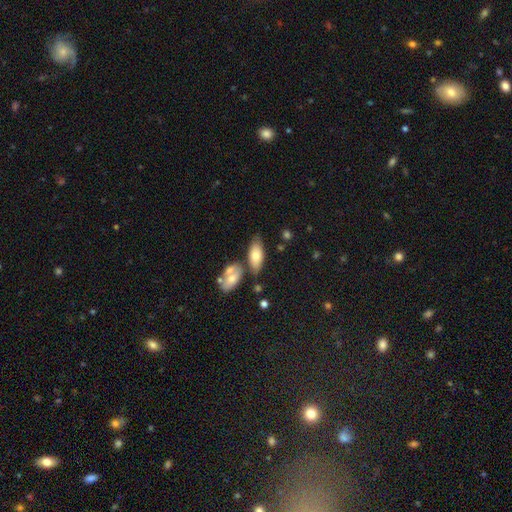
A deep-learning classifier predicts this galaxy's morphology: This appears to be a smooth galaxy with no disk features (72%) that is in between round and cigar-shaped (86%). Merging: none (59%).